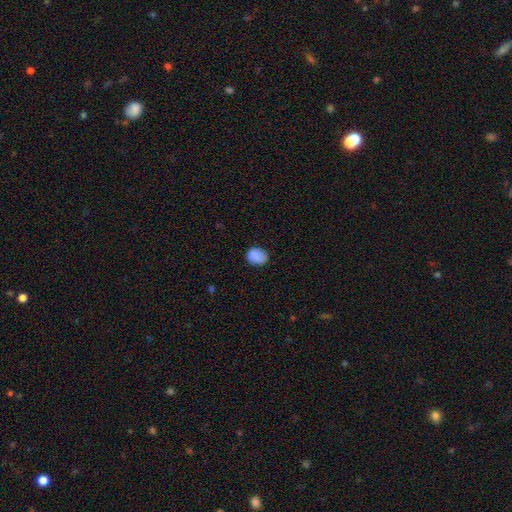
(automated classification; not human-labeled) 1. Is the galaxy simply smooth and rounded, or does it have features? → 86% smooth, 9% star or artifact, 5% featured or disk.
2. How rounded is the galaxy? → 53% in between, 47% round, 1% cigar-shaped.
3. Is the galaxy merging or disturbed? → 77% none, 18% minor disturbance, 4% major disturbance, 1% merger.